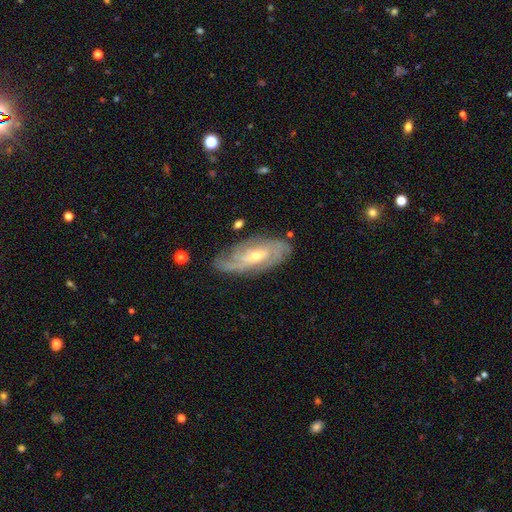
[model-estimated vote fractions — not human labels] smooth-or-featured: featured or disk: 85% | smooth: 9% | star or artifact: 6%
  disk-edge-on: no: 91% | yes: 9%
    bar: no: 55% | weak: 35% | strong: 11%
    has-spiral-arms: yes: 95% | no: 5%
      spiral-winding: tight: 61% | medium: 31% | loose: 9%
      spiral-arm-count: can't tell: 31% | 2: 27% | 3: 21% | 4: 11% | 1: 5% | more than 4: 5%
    bulge-size: small: 54% | moderate: 43% | large: 1% | none: 1% | dominant: 1%
  merging: none: 75% | minor disturbance: 19% | major disturbance: 5% | merger: 2%